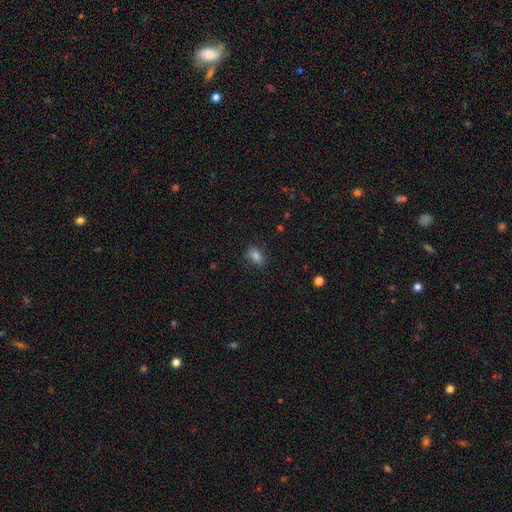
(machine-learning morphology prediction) smooth 82%, star or artifact 11%, featured or disk 7%. Down the decision tree: how rounded — in between (83%); merging — none (80%).